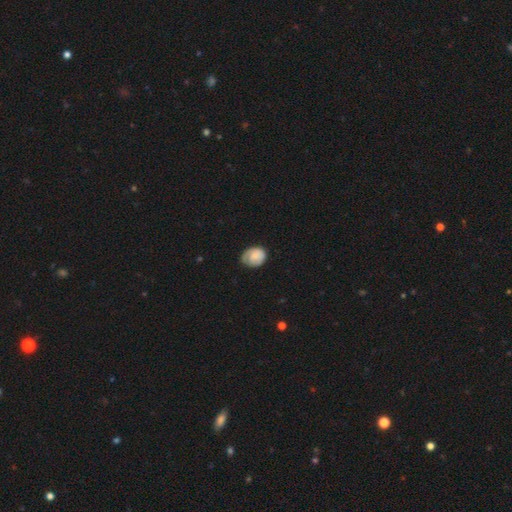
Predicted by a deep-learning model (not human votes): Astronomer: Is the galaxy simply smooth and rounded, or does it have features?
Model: smooth — 72%.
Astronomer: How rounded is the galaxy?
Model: round — 53% (runner-up: in between, 46%).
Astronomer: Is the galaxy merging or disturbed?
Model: none — 57% (runner-up: minor disturbance, 33%).